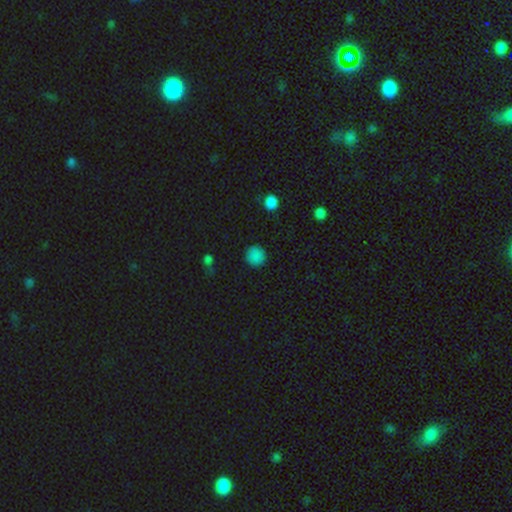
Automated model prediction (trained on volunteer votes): smooth-or-featured: smooth: 85% | star or artifact: 12% | featured or disk: 3%
  how-rounded: round: 93% | in between: 6% | cigar-shaped: 1%
  merging: none: 89% | minor disturbance: 8% | major disturbance: 3% | merger: 1%